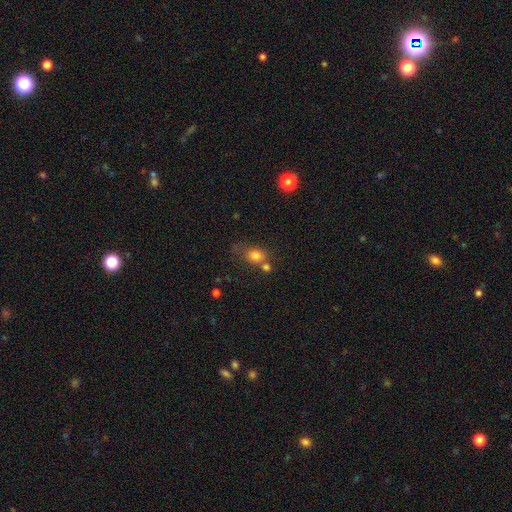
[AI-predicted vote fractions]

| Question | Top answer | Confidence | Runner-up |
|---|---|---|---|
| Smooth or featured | smooth | 78% | star or artifact (13%) |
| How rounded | round | 65% | in between (34%) |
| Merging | none | 50% | merger (27%) |